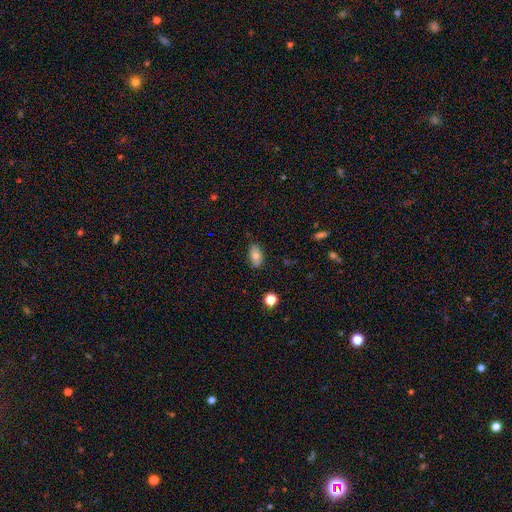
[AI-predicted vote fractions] This is likely a smooth galaxy (76%). How rounded: clearly in between (92%). Merging: clearly none (83%).